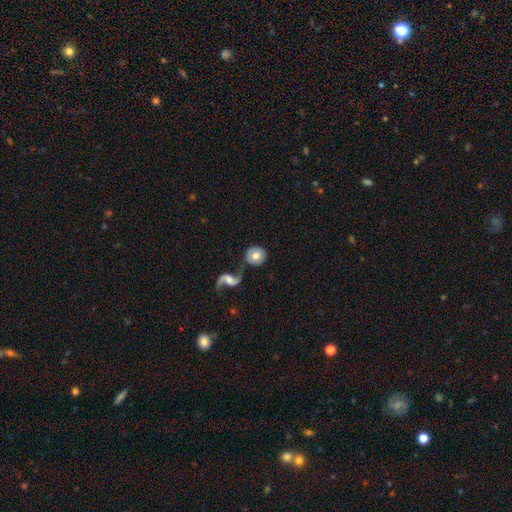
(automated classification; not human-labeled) Smooth or featured?
  - smooth: 63% *
  - featured or disk: 31%
  - star or artifact: 6%
How rounded?
  - round: 89% *
  - in between: 10%
  - cigar-shaped: 1%
Merging?
  - none: 69% *
  - merger: 14%
  - minor disturbance: 11%
  - major disturbance: 5%